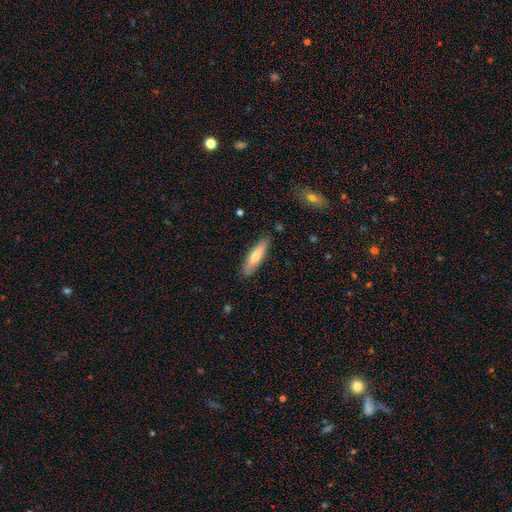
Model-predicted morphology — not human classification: Smooth or featured: smooth — 64% (featured or disk — 30%)
How rounded: cigar-shaped — 70% (in between — 29%)
Merging: none — 85% (minor disturbance — 11%)